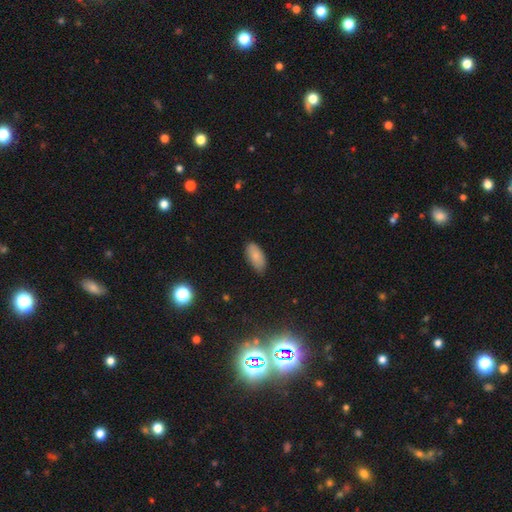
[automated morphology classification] Overall: smooth (83%). How rounded: in between (91%). Merging: none (79%).